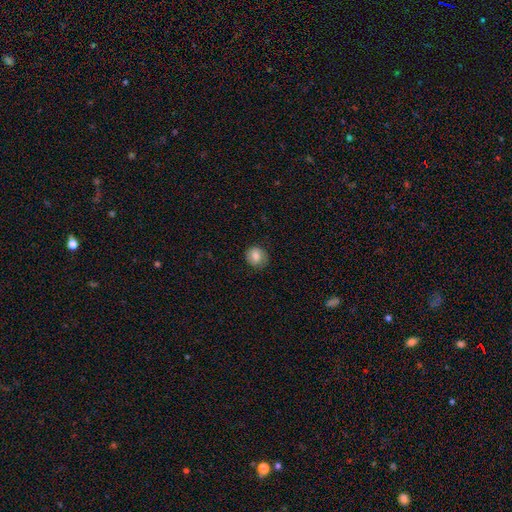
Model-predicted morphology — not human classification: Smooth or featured: smooth — 77% (featured or disk — 14%)
How rounded: round — 79% (in between — 20%)
Merging: none — 79% (minor disturbance — 16%)